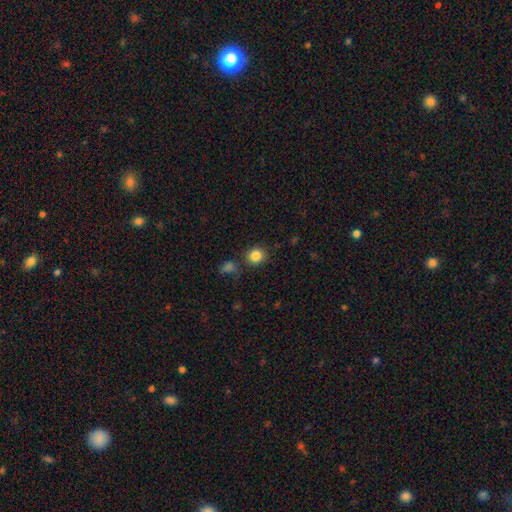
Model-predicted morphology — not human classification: Overall: smooth (85%). How rounded: round (83%). Merging: none (82%).